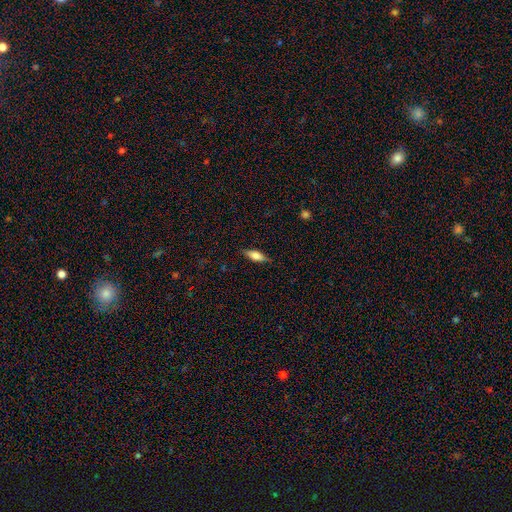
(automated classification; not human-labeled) Smooth or featured?
  - smooth: 63% *
  - featured or disk: 30%
  - star or artifact: 7%
How rounded?
  - in between: 62% *
  - cigar-shaped: 35%
  - round: 3%
Merging?
  - none: 84% *
  - minor disturbance: 13%
  - major disturbance: 3%
  - merger: 1%